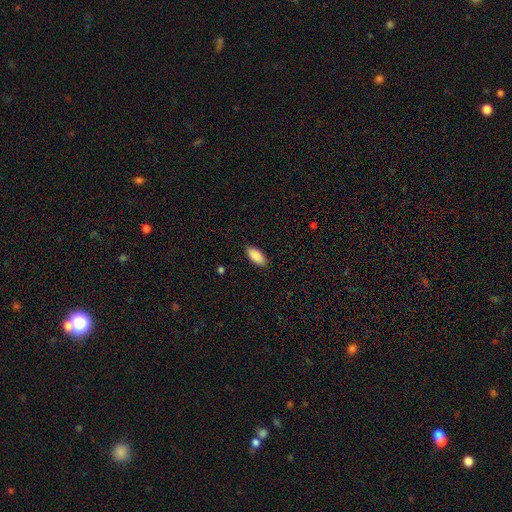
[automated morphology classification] type=smooth (89%); roundness=in between (89%); merging=none (88%).